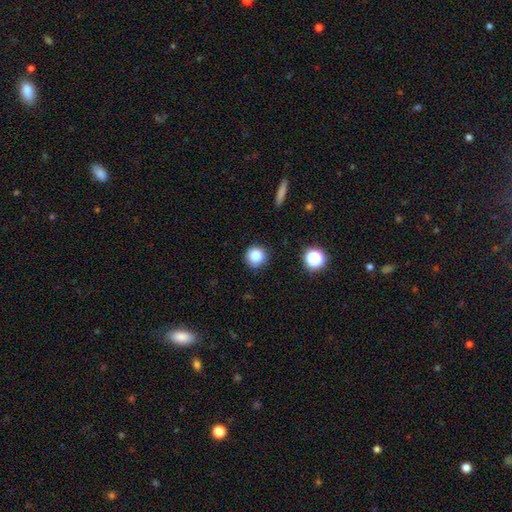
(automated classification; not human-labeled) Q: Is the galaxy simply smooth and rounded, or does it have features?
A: smooth — 83%.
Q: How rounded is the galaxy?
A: round — 93%.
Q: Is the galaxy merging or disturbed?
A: none — 85%.